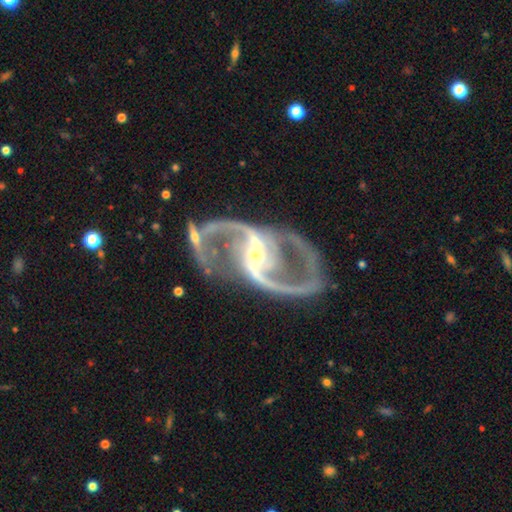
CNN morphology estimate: type=featured or disk (93%); edge-on=no (97%); bar=strong (58%); spiral arms=yes (98%); winding=medium (55%); arm count=2 (92%); bulge=small (60%); merging=none (68%).